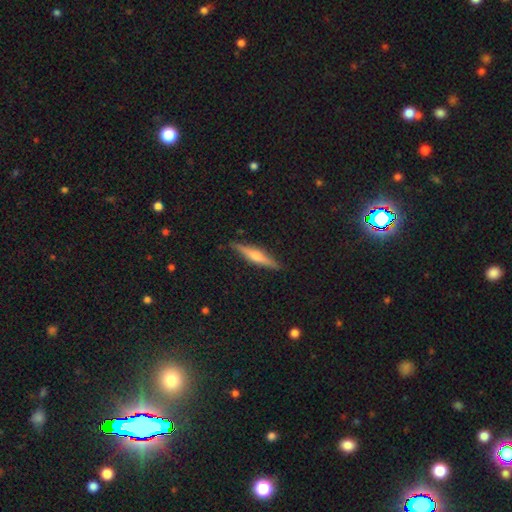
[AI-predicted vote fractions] This appears to be a featured or disk galaxy (65%) viewed edge-on (97%) with a rounded central bulge (86%). Merging: none (90%).